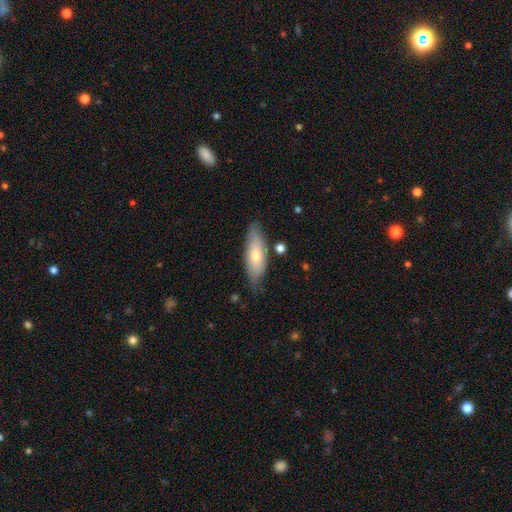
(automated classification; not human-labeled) Smooth or featured? Predicted: smooth (p=0.61). How rounded? Predicted: in between (p=0.64). Merging? Predicted: none (p=0.71).